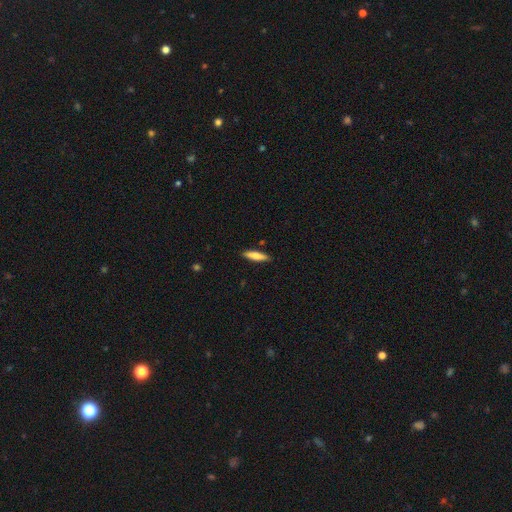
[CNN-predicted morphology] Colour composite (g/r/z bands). It shows a smooth galaxy with no disk features (75%) that is cigar-shaped (76%). Merging: none (89%).